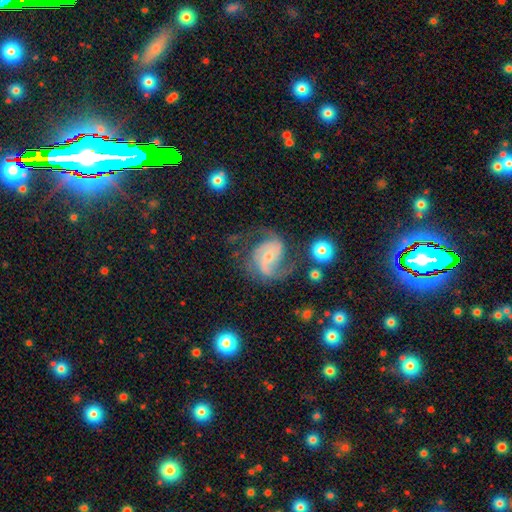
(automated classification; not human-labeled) smooth-or-featured: featured or disk: 77% | star or artifact: 15% | smooth: 8%
  disk-edge-on: no: 97% | yes: 3%
    bar: no: 42% | weak: 38% | strong: 20%
    has-spiral-arms: yes: 96% | no: 4%
      spiral-winding: medium: 50% | tight: 30% | loose: 20%
      spiral-arm-count: 2: 73% | can't tell: 10% | 3: 7% | 1: 5% | 4: 3% | more than 4: 2%
    bulge-size: small: 61% | moderate: 30% | none: 5% | large: 2% | dominant: 1%
  merging: none: 66% | minor disturbance: 18% | major disturbance: 13% | merger: 3%